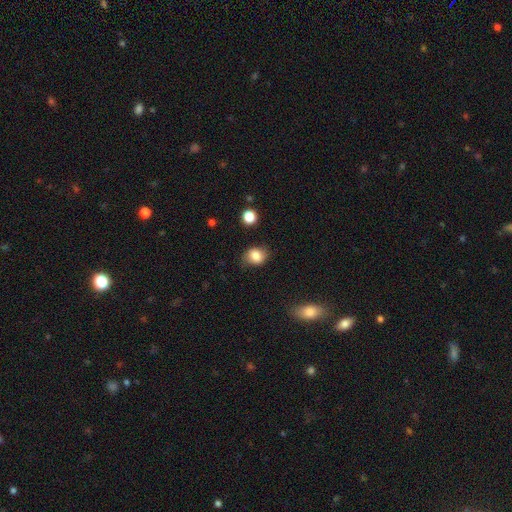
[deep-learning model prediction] Q: Smooth or featured?
A: smooth (82%); runner-up: star or artifact (9%)
Q: How rounded?
A: round (52%); runner-up: in between (47%)
Q: Merging?
A: none (75%); runner-up: minor disturbance (19%)